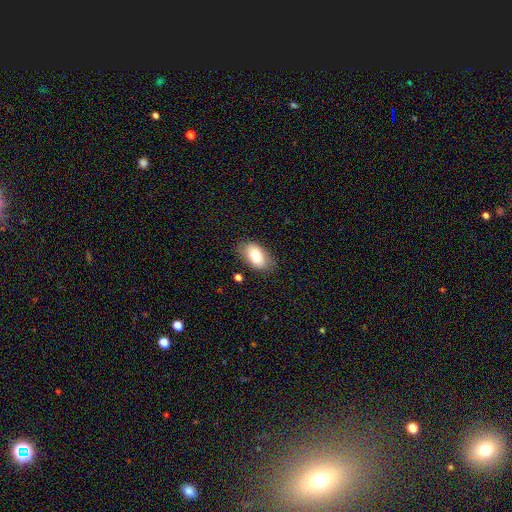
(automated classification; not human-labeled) This is likely a smooth galaxy (78%). How rounded: clearly in between (93%). Merging: clearly none (80%).